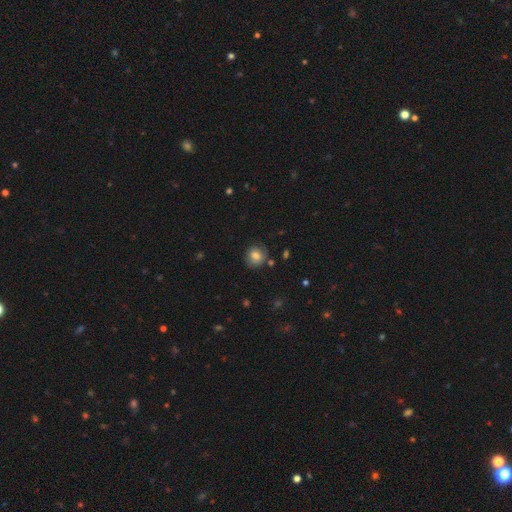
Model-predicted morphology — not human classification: smooth 77%, featured or disk 13%, star or artifact 10%. Down the decision tree: how rounded — round (82%); merging — none (77%).